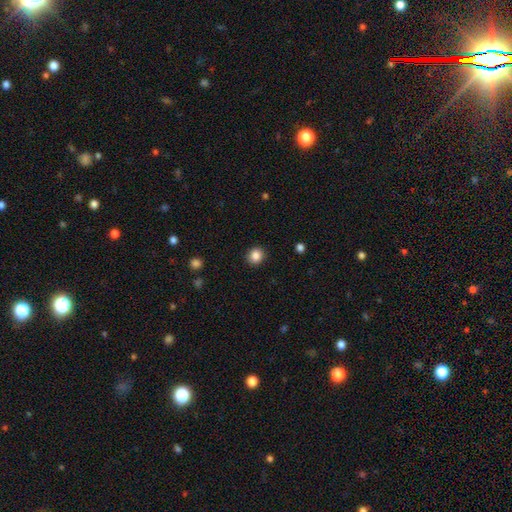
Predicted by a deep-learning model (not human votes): This appears to be a smooth galaxy with no disk features (86%) that is round (79%). Merging: none (90%).